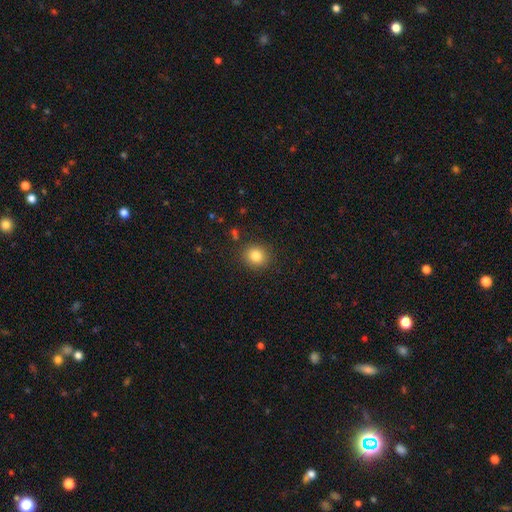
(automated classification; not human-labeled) Morphology: type=smooth (83%); roundness=round (81%); merging=none (88%).